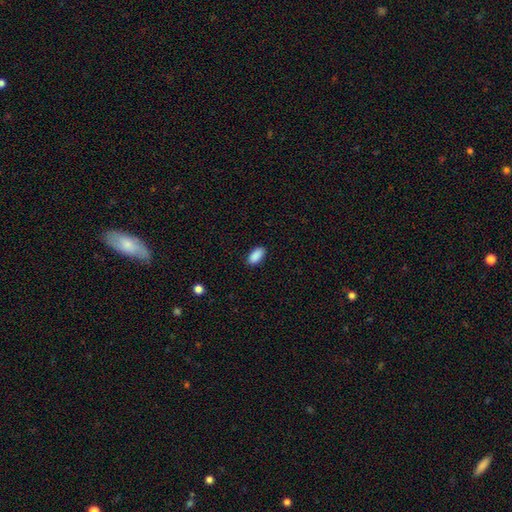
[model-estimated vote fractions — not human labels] Smooth or featured? smooth (90%)
How rounded? in between (93%)
Merging? none (88%)